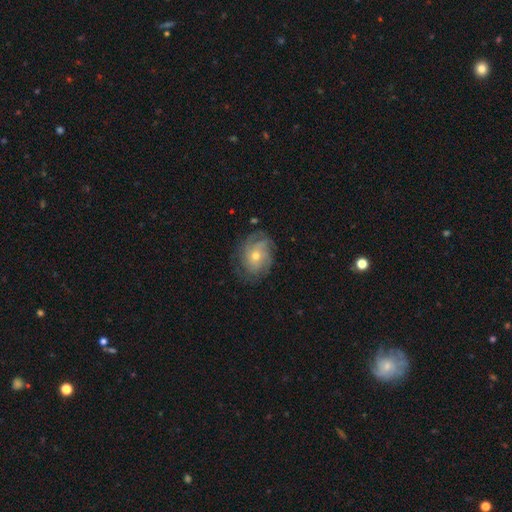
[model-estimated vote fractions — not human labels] Smooth or featured? featured or disk (74%)
Edge-on disk? no (97%)
Bar? no (76%)
Spiral arms? yes (91%)
Spiral winding? tight (57%)
Spiral arm count? can't tell (37%)
Bulge size? moderate (54%)
Merging? none (72%)